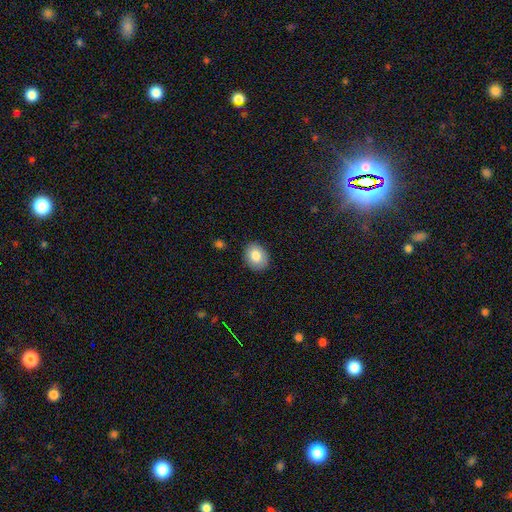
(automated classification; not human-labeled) smooth 82%, featured or disk 10%, star or artifact 8%. Down the decision tree: how rounded — in between (50%, tied with round); merging — none (88%).